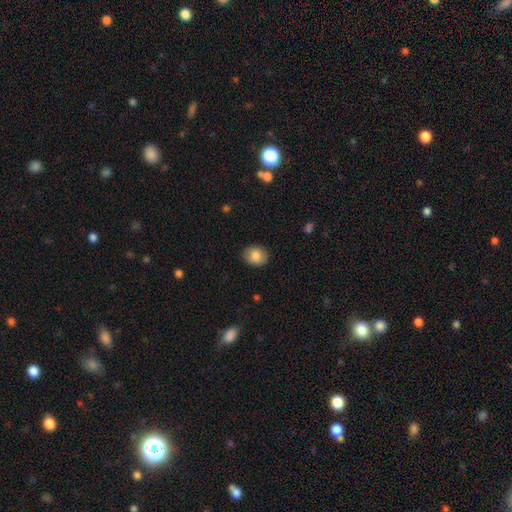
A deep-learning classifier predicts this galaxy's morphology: Smooth or featured: smooth — 82% (featured or disk — 10%)
How rounded: round — 54% (in between — 45%)
Merging: none — 87% (minor disturbance — 10%)